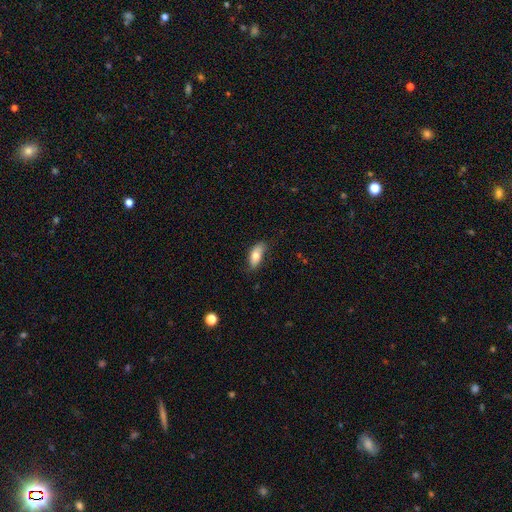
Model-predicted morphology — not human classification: smooth 75%, featured or disk 19%, star or artifact 7%. Down the decision tree: how rounded — in between (84%); merging — none (72%).